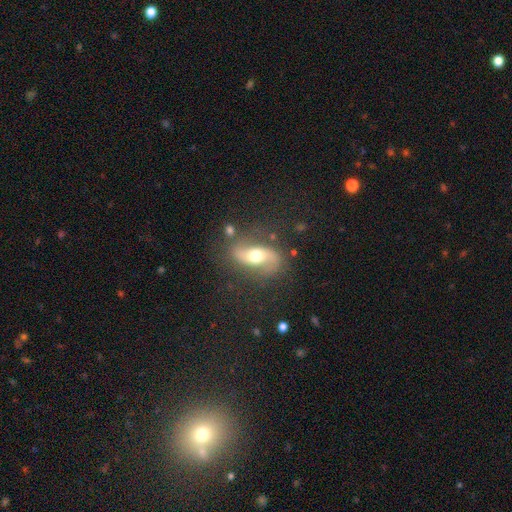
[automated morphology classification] The model was most divided on "bar": no: 52%, weak: 31%, strong: 17%. More confident: edge-on disk — no (94%); spiral arms — yes (91%); spiral arm count — 2 (91%); smooth or featured — featured or disk (75%); merging — none (70%); bulge size — moderate (67%); spiral winding — loose (63%).